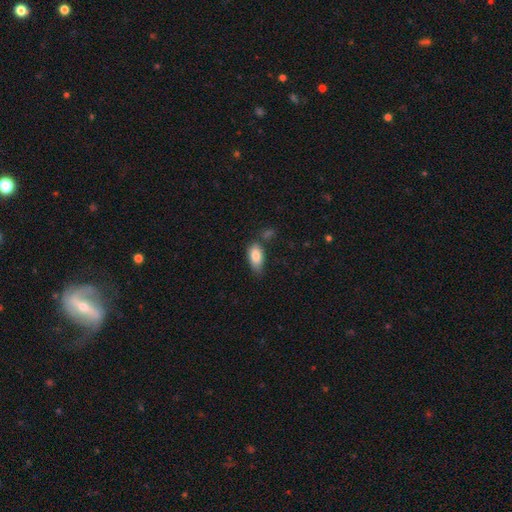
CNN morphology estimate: Smooth or featured? Predicted: smooth (p=0.85). How rounded? Predicted: in between (p=0.90). Merging? Predicted: none (p=0.60).